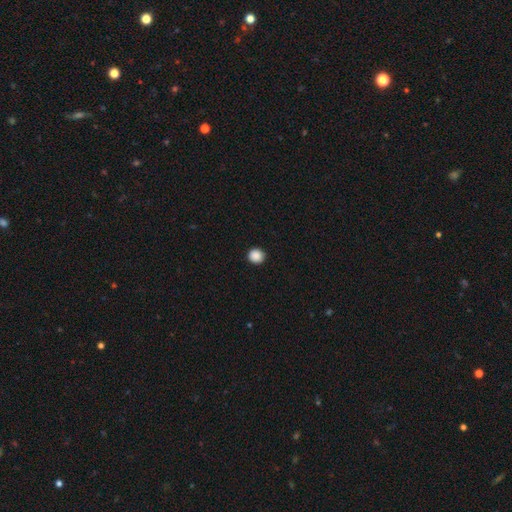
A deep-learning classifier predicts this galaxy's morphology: The model was most divided on "smooth or featured": smooth: 89%, star or artifact: 9%, featured or disk: 2%. More confident: merging — none (93%); how rounded — round (91%).